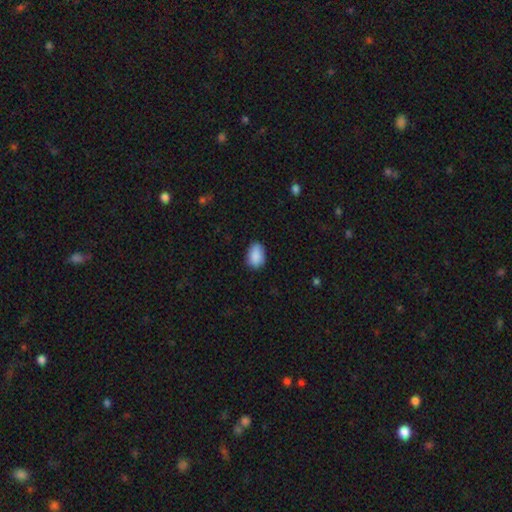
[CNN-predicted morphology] type=smooth (88%); roundness=in between (83%); merging=none (75%).